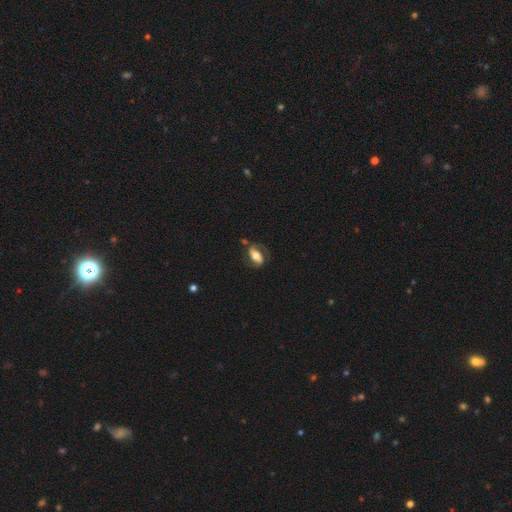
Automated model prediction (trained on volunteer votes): The model was most divided on "bar": strong: 39%, no: 35%, weak: 27%. More confident: edge-on disk — no (90%); spiral arms — yes (78%); merging — none (61%); smooth or featured — featured or disk (60%); bulge size — moderate (55%).